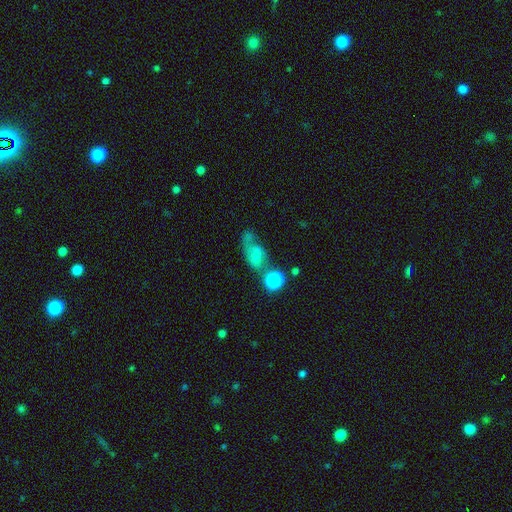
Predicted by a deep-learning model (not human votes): This is possibly a smooth galaxy (49%). Merging: marginally none (31%).